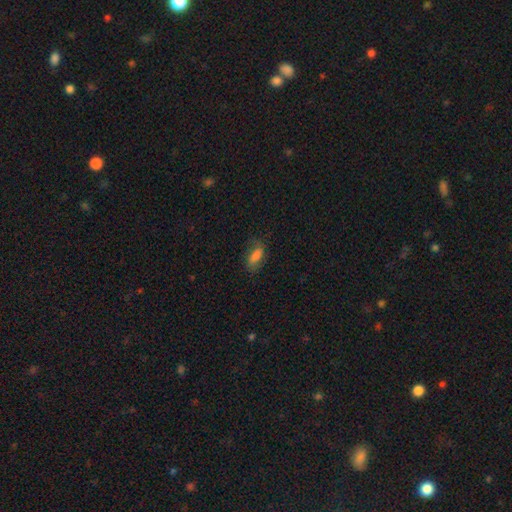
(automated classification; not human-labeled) The model was most divided on "merging": none: 65%, minor disturbance: 23%, major disturbance: 10%, merger: 2%. More confident: how rounded — in between (80%); smooth or featured — smooth (74%).